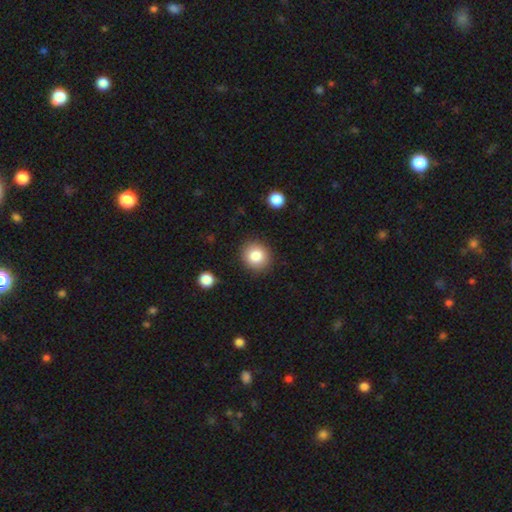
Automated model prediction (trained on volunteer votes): A smooth galaxy with no disk features (83%) that is round (85%). Merging: none (88%).